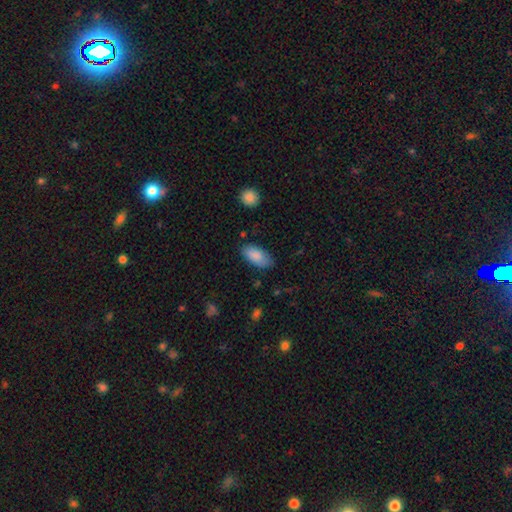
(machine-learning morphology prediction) Smooth or featured? smooth (86%)
How rounded? in between (92%)
Merging? none (77%)